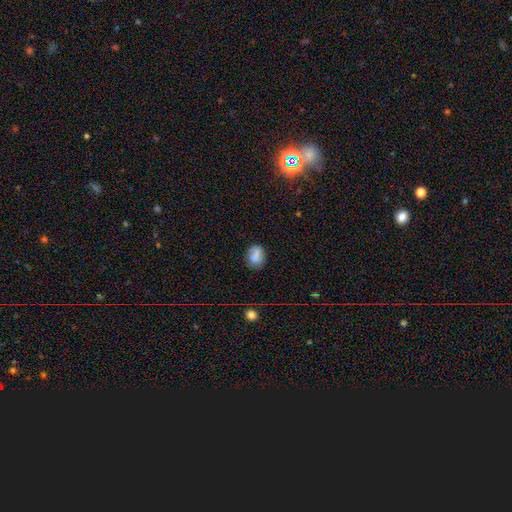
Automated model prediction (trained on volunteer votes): Morphology: type=smooth (74%); roundness=in between (61%); merging=none (66%).